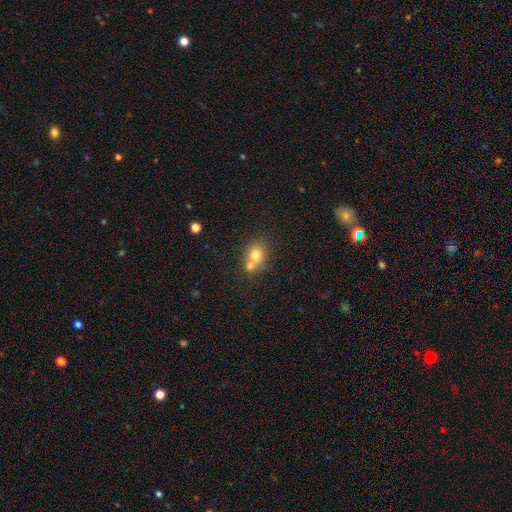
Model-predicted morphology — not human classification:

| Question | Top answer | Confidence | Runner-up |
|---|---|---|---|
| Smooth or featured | smooth | 74% | featured or disk (15%) |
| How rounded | round | 70% | in between (29%) |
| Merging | merger | 51% | none (38%) |